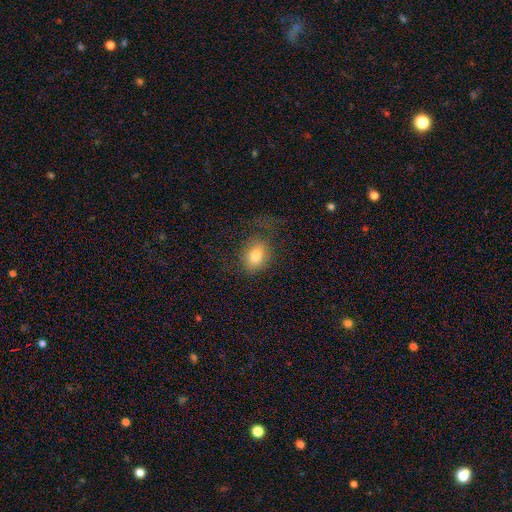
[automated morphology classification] The model was most divided on "how rounded": in between: 57%, round: 41%, cigar-shaped: 1%. More confident: smooth or featured — smooth (77%); merging — none (61%).